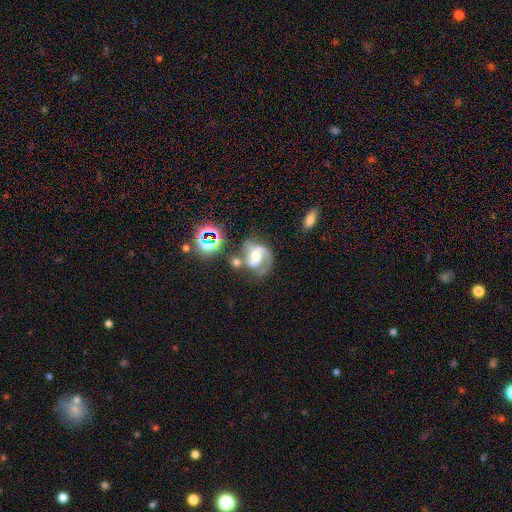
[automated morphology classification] Smooth or featured?
  - featured or disk: 81% *
  - smooth: 10%
  - star or artifact: 9%
Edge-on disk?
  - no: 98% *
  - yes: 2%
Bar?
  - weak: 40% *
  - no: 38%
  - strong: 21%
Spiral arms?
  - yes: 95% *
  - no: 5%
Spiral winding?
  - medium: 53% *
  - tight: 26%
  - loose: 21%
Spiral arm count?
  - 2: 74% *
  - 1: 16%
  - can't tell: 5%
  - 3: 3%
  - 4: 1%
  - more than 4: 1%
Bulge size?
  - moderate: 65% *
  - small: 23%
  - large: 8%
  - none: 2%
  - dominant: 1%
Merging?
  - none: 50% *
  - minor disturbance: 19%
  - merger: 16%
  - major disturbance: 15%